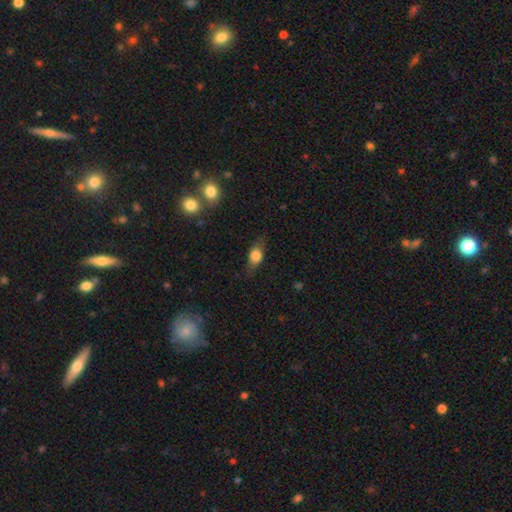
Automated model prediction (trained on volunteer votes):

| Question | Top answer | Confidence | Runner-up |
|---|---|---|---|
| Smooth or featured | smooth | 70% | featured or disk (22%) |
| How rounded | in between | 70% | round (18%) |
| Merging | none | 74% | minor disturbance (18%) |